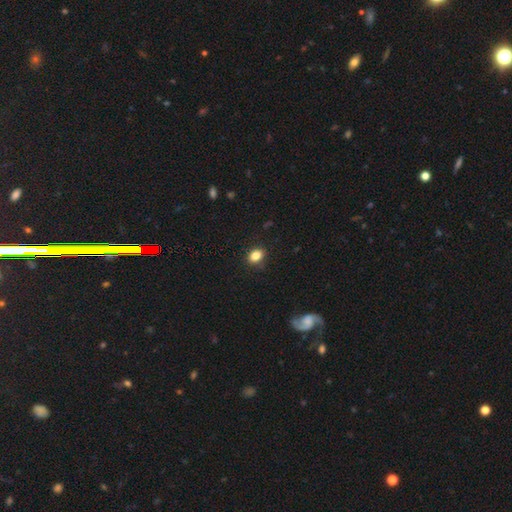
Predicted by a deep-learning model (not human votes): The model was most divided on "how rounded": in between: 71%, round: 27%, cigar-shaped: 2%. More confident: merging — none (86%); smooth or featured — smooth (84%).